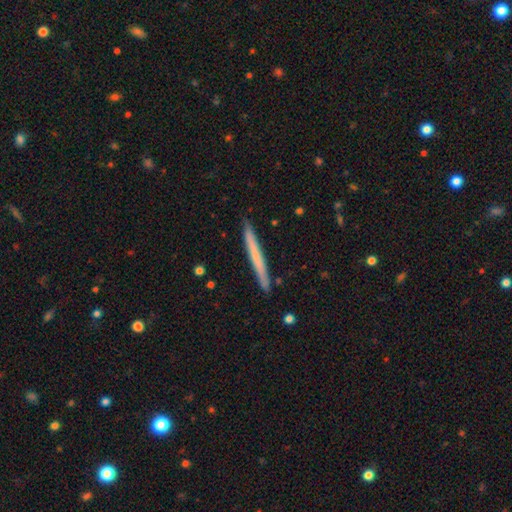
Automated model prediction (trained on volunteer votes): smooth_or_featured: smooth (p=0.56) [alt: featured or disk p=0.38]
how_rounded: cigar-shaped (p=0.97) [alt: in between p=0.01]
merging: none (p=0.91) [alt: minor disturbance p=0.07]